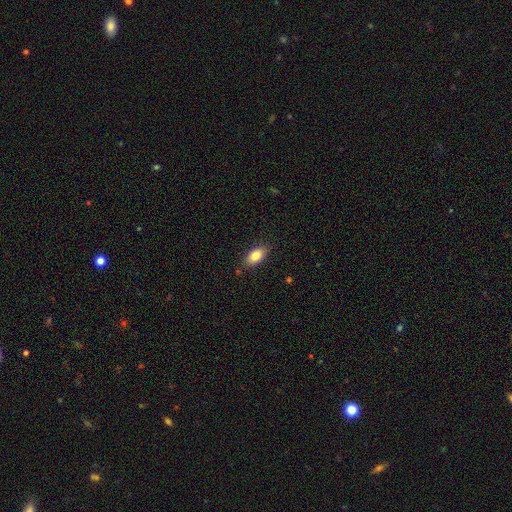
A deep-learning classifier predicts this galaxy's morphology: A smooth galaxy with no disk features (82%) that is in between round and cigar-shaped (89%). Merging: none (84%).